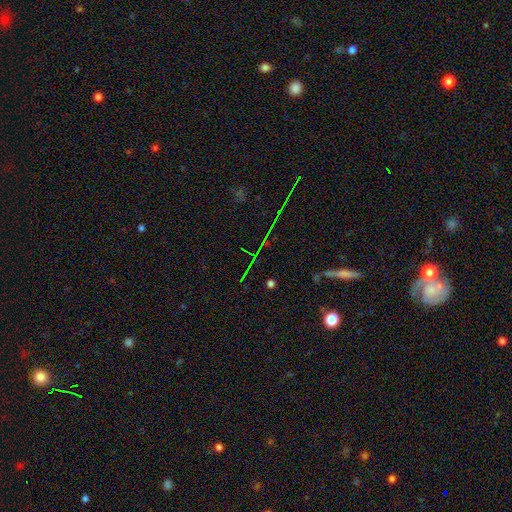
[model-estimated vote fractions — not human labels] smooth-or-featured: star or artifact: 61% | featured or disk: 20% | smooth: 19%